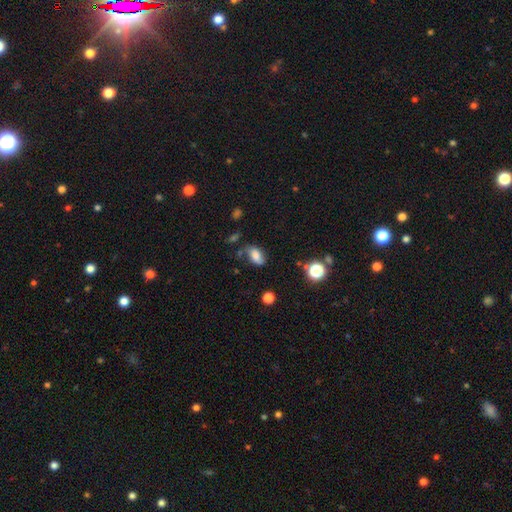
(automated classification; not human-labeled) Smooth or featured? Predicted: smooth (p=0.70). How rounded? Predicted: in between (p=0.89). Merging? Predicted: none (p=0.56).